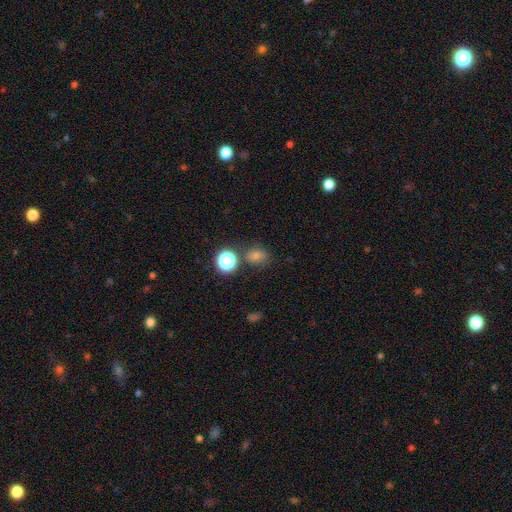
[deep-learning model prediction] smooth-or-featured: smooth: 56% | star or artifact: 33% | featured or disk: 10%
  how-rounded: round: 66% | in between: 33% | cigar-shaped: 1%
  merging: none: 76% | minor disturbance: 12% | merger: 8% | major disturbance: 4%